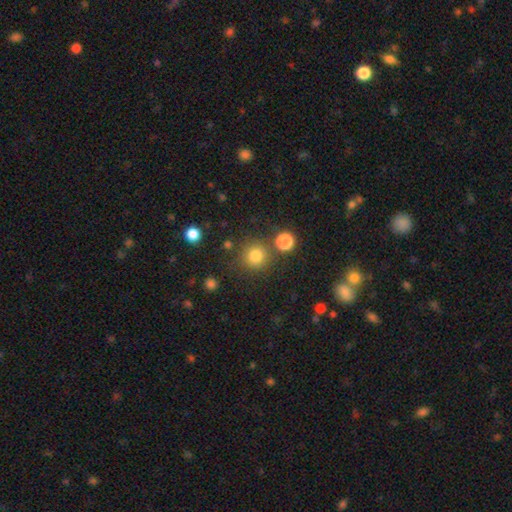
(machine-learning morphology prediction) Smooth or featured? Predicted: smooth (p=0.81). How rounded? Predicted: round (p=0.93). Merging? Predicted: none (p=0.79).